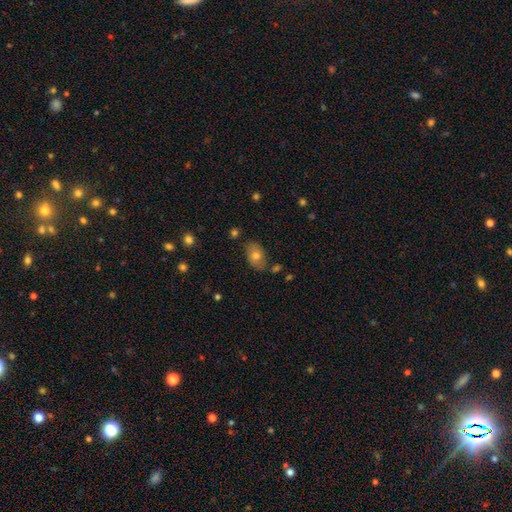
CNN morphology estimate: smooth 75%, featured or disk 17%, star or artifact 8%. Down the decision tree: how rounded — in between (87%); merging — none (75%).